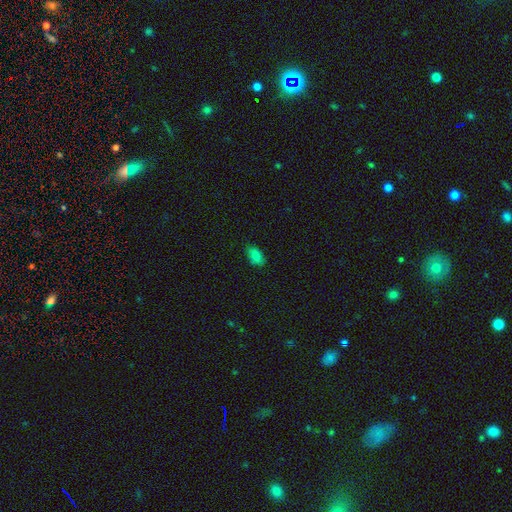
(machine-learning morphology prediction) This is likely a smooth galaxy (79%). How rounded: clearly in between (89%). Merging: clearly none (81%).